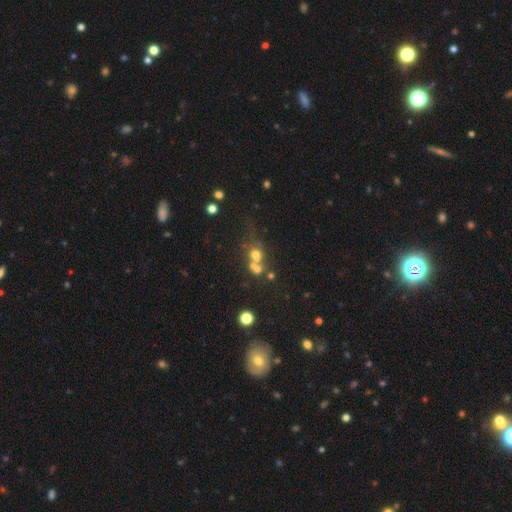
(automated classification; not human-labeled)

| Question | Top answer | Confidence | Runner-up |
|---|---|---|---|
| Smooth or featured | smooth | 56% | featured or disk (23%) |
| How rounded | round | 75% | in between (24%) |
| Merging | merger | 46% | none (36%) |